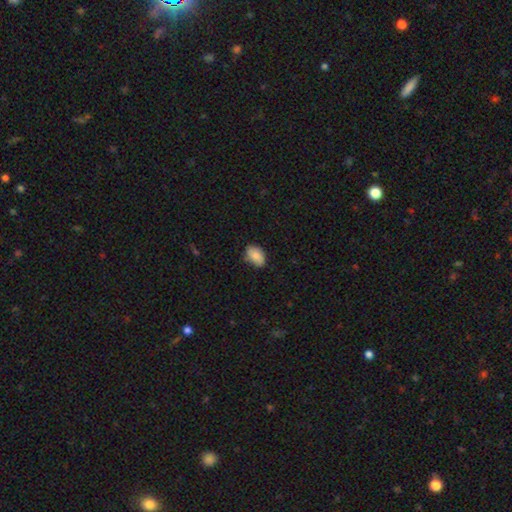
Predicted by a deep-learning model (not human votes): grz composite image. It shows a smooth galaxy with no disk features (84%) that is in between round and cigar-shaped (88%). Merging: none (70%).